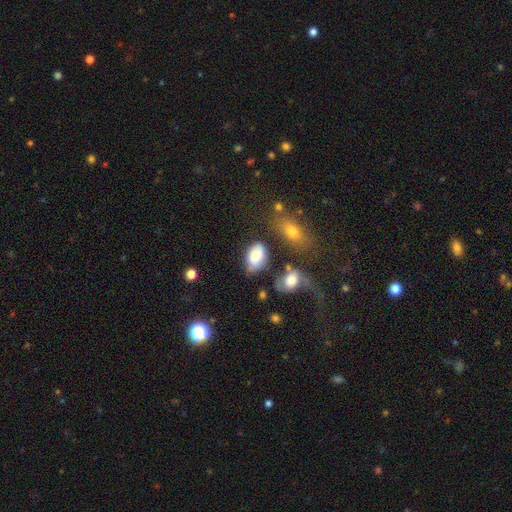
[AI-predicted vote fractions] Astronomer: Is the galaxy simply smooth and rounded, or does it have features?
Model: smooth — 78%.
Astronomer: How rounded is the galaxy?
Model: in between — 89%.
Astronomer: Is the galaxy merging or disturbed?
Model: none — 47% (runner-up: minor disturbance, 30%).